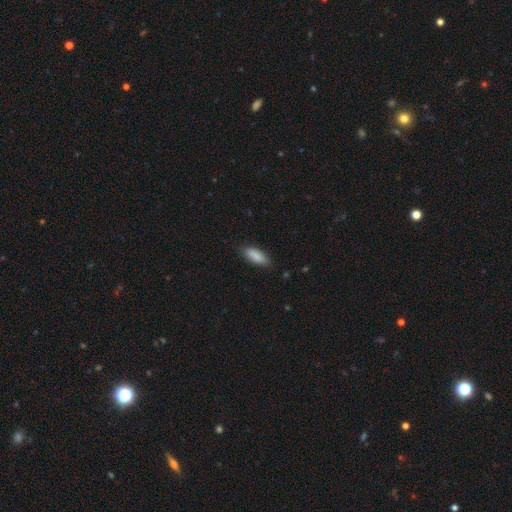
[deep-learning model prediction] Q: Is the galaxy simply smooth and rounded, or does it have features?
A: smooth — 88%.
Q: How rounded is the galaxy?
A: in between — 71%.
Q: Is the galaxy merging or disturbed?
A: none — 84%.